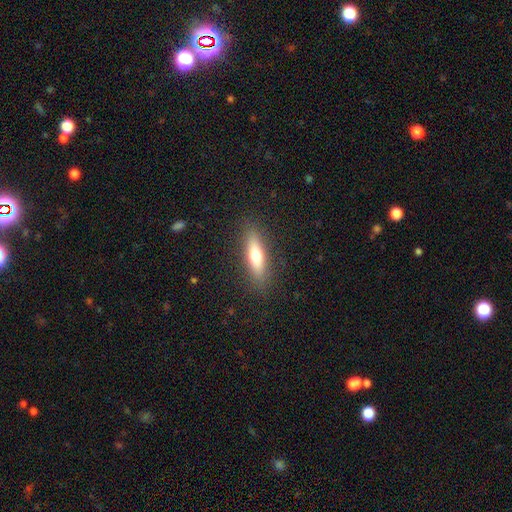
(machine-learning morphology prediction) A smooth galaxy with no disk features (64%) that is cigar-shaped (66%). Merging: none (88%).